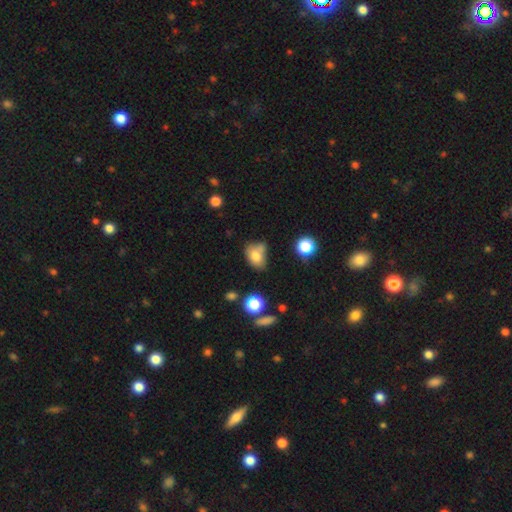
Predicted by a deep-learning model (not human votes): This is likely a smooth galaxy (75%). How rounded: likely in between (69%). Merging: marginally none (42%).